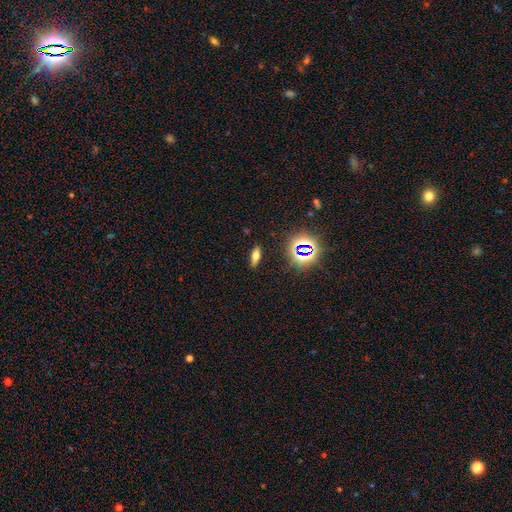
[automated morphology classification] Smooth or featured? smooth (54%)
How rounded? in between (60%)
Merging? none (88%)